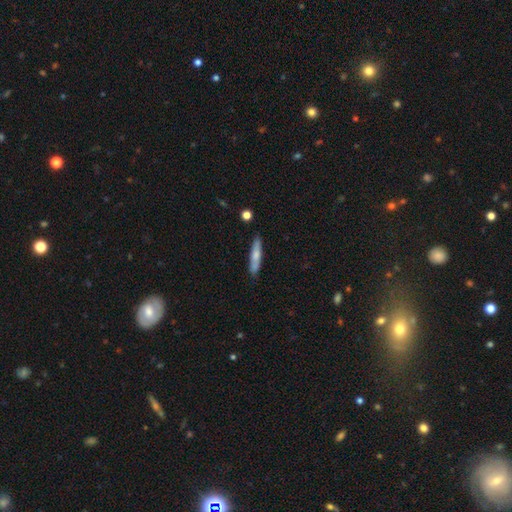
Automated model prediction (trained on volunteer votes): smooth 66%, featured or disk 28%, star or artifact 6%. Down the decision tree: how rounded — cigar-shaped (84%); merging — none (81%).